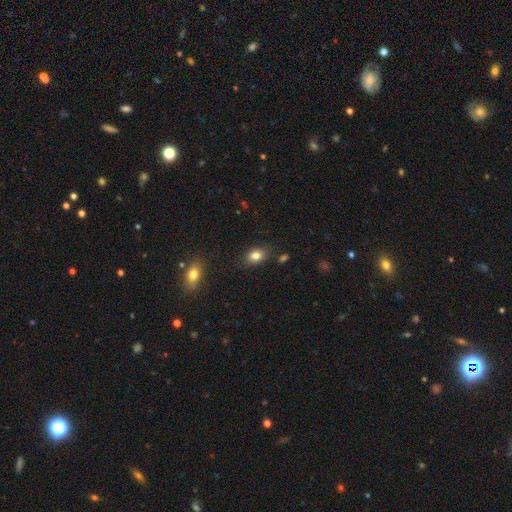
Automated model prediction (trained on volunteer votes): Smooth or featured?
  - smooth: 83% *
  - star or artifact: 10%
  - featured or disk: 8%
How rounded?
  - in between: 74% *
  - round: 24%
  - cigar-shaped: 2%
Merging?
  - none: 81% *
  - minor disturbance: 14%
  - major disturbance: 3%
  - merger: 2%